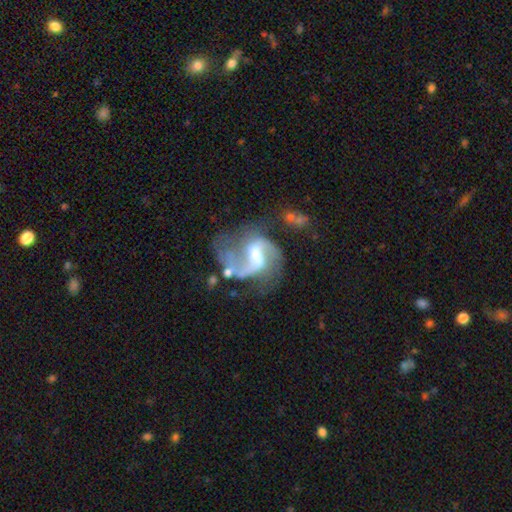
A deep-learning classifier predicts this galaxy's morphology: This is clearly a featured or disk galaxy (87%). It is clearly not viewed edge-on (98%). Bar: possibly weak (52%). Spiral arm pattern: clearly yes (95%). Spiral arm count: clearly 2 (85%). Spiral winding: possibly loose (57%). Central bulge: possibly moderate (47%). Merging: possibly none (46%).